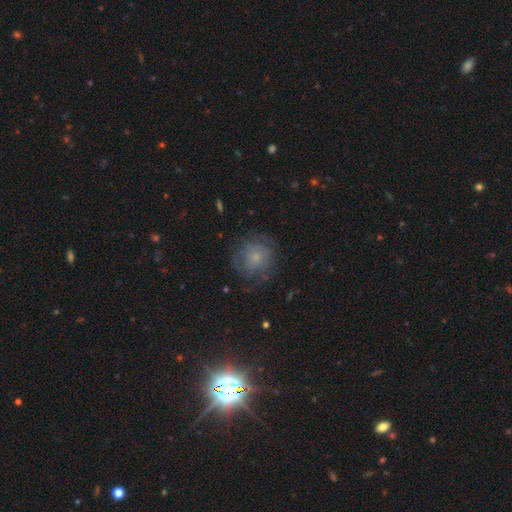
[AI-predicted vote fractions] The model was most divided on "smooth or featured": smooth: 49%, featured or disk: 37%, star or artifact: 14%. More confident: merging — none (67%).